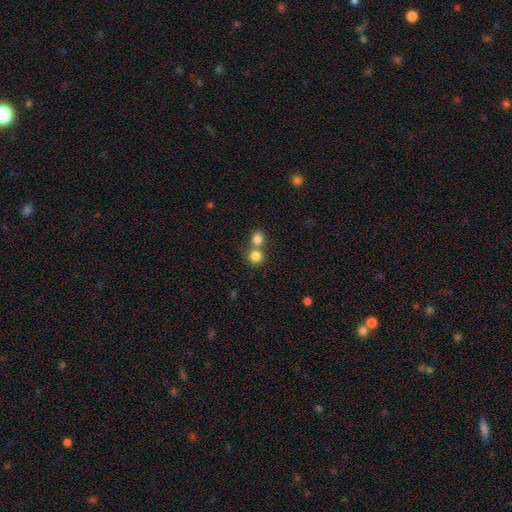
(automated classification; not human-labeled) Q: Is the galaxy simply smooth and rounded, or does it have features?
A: smooth — 82%.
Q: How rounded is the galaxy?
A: round — 88%.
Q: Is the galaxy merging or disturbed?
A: none — 47%.